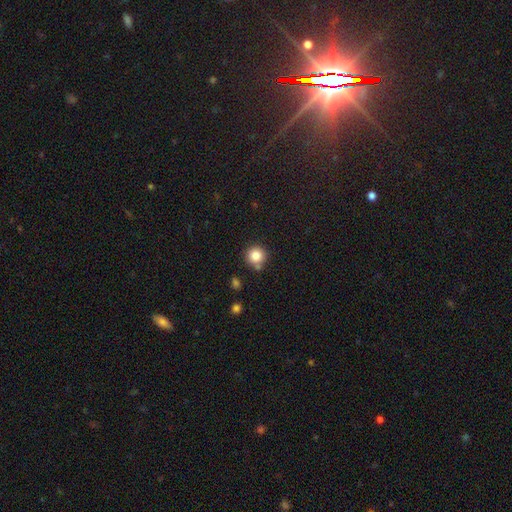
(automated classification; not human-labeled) smooth-or-featured: smooth: 84% | star or artifact: 10% | featured or disk: 6%
  how-rounded: round: 94% | in between: 5% | cigar-shaped: 1%
  merging: none: 78% | minor disturbance: 11% | merger: 9% | major disturbance: 3%